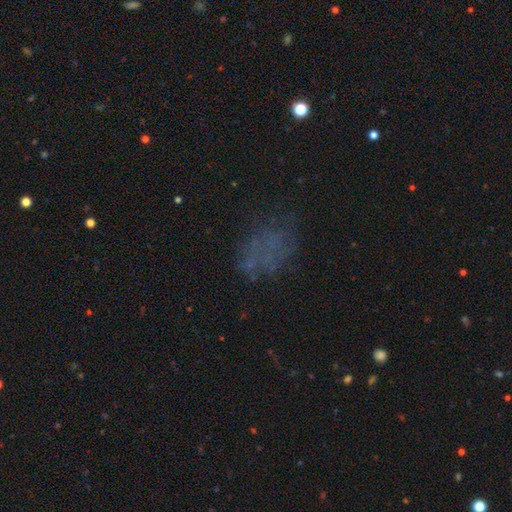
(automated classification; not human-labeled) Morphology: type=smooth (41%); merging=none (54%).